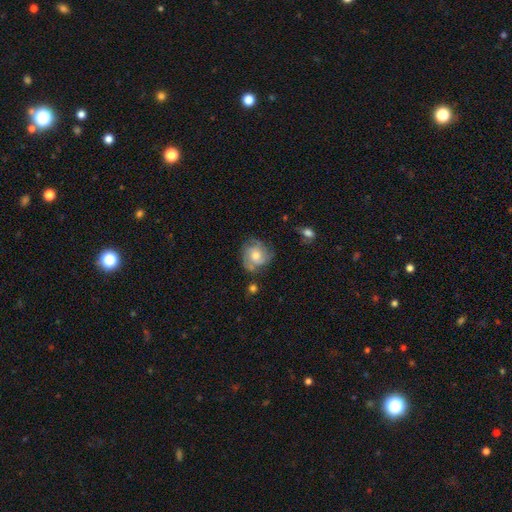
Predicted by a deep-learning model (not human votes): This appears to be a featured or disk galaxy (70%) with no bar (75%), 3 (40%) tight (53%) spiral arms (92%) and a moderate central bulge (64%). Merging: none (69%).